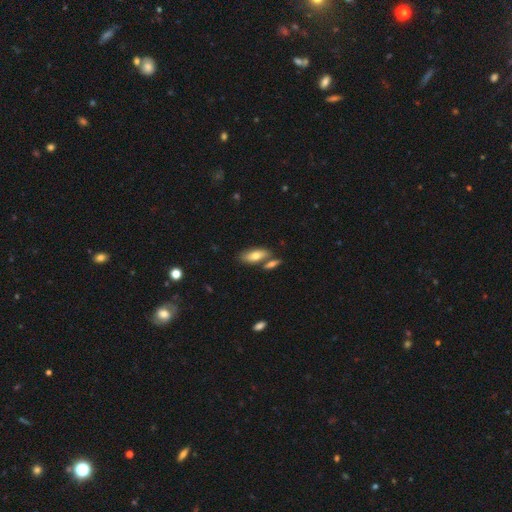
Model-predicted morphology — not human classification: Q: Smooth or featured?
A: smooth (72%); runner-up: featured or disk (22%)
Q: How rounded?
A: in between (80%); runner-up: cigar-shaped (17%)
Q: Merging?
A: none (62%); runner-up: merger (23%)